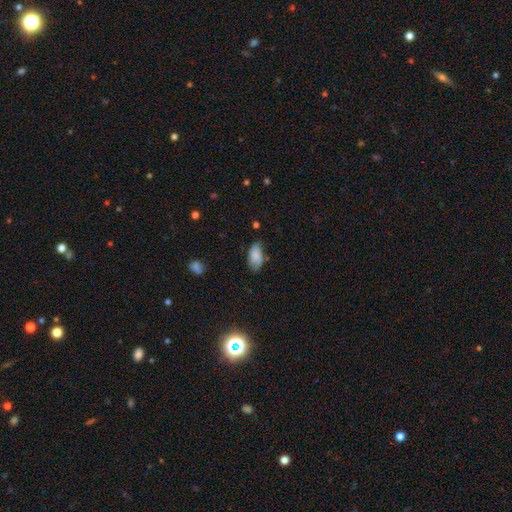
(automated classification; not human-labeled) smooth_or_featured: smooth (p=0.80) [alt: featured or disk p=0.12]
how_rounded: in between (p=0.93) [alt: cigar-shaped p=0.04]
merging: none (p=0.62) [alt: minor disturbance p=0.30]